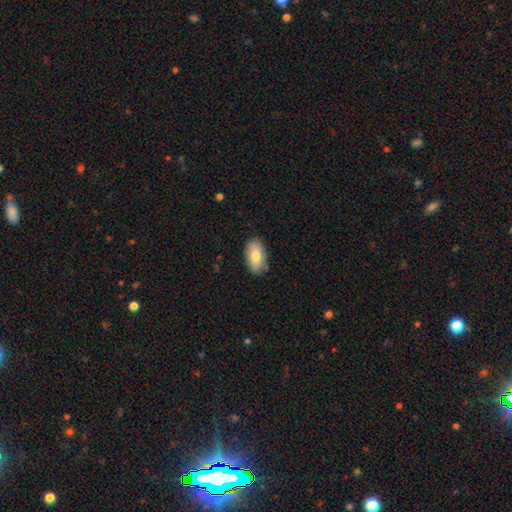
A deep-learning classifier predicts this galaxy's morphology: smooth-or-featured: smooth: 78% | featured or disk: 15% | star or artifact: 7%
  how-rounded: in between: 93% | round: 5% | cigar-shaped: 2%
  merging: none: 82% | minor disturbance: 14% | major disturbance: 2% | merger: 1%